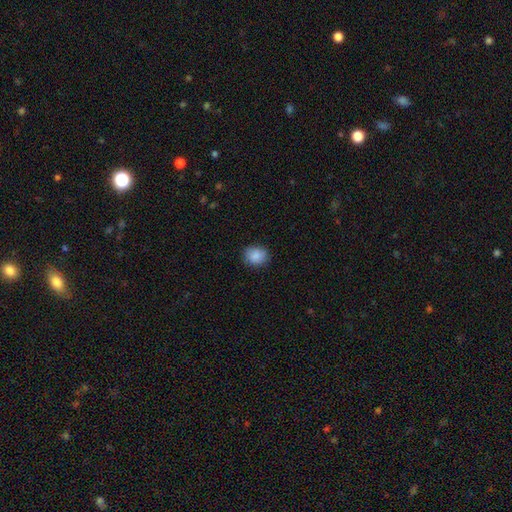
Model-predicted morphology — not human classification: This is clearly a smooth galaxy (88%). How rounded: likely round (61%). Merging: clearly none (86%).